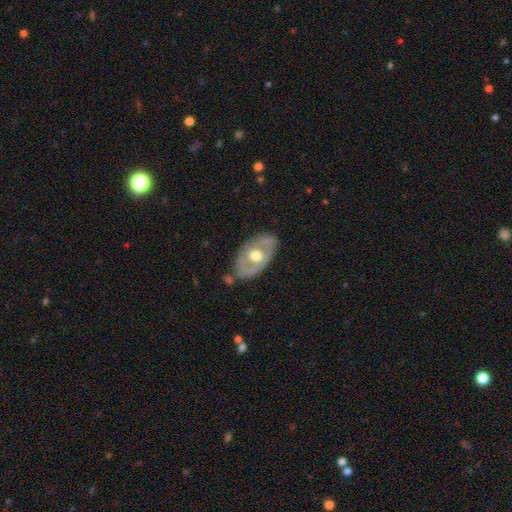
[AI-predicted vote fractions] The model was most divided on "smooth or featured": featured or disk: 63%, smooth: 33%, star or artifact: 5%. More confident: edge-on disk — no (90%); bar — no (83%); bulge size — moderate (73%); spiral arms — no (73%); merging — none (73%).